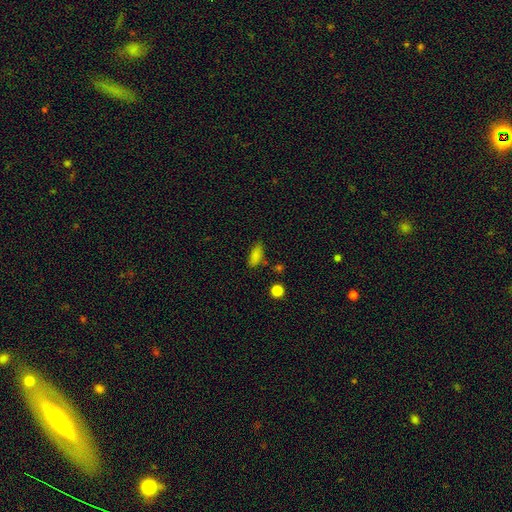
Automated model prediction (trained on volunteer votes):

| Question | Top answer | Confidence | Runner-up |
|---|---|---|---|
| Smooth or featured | smooth | 83% | star or artifact (11%) |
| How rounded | in between | 78% | cigar-shaped (19%) |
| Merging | none | 75% | minor disturbance (17%) |